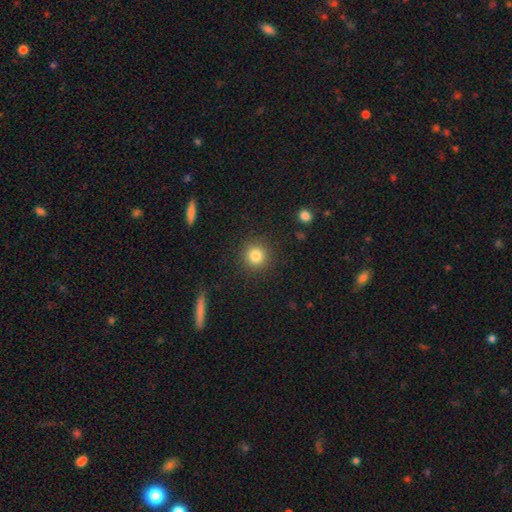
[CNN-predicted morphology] A smooth galaxy with no disk features (83%) that is round (94%).

Vote fractions:
- Smooth or featured? smooth: 83% / star or artifact: 11% / featured or disk: 6%
- How rounded? round: 94% / in between: 5% / cigar-shaped: 1%
- Merging? none: 91% / minor disturbance: 6% / major disturbance: 2% / merger: 1%